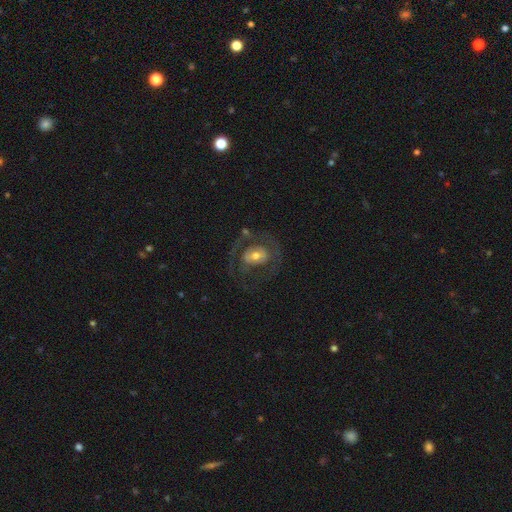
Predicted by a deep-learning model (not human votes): Smooth or featured? Predicted: featured or disk (p=0.62). Edge-on disk? Predicted: no (p=0.96). Bar? Predicted: no (p=0.60). Spiral arms? Predicted: no (p=0.53). Bulge size? Predicted: moderate (p=0.63). Merging? Predicted: none (p=0.55).